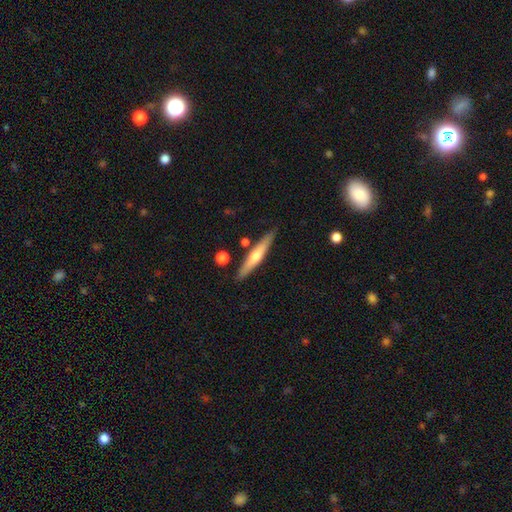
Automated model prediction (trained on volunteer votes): This is possibly a featured or disk galaxy (52%). It is clearly viewed edge-on (95%). Merging: clearly none (85%).